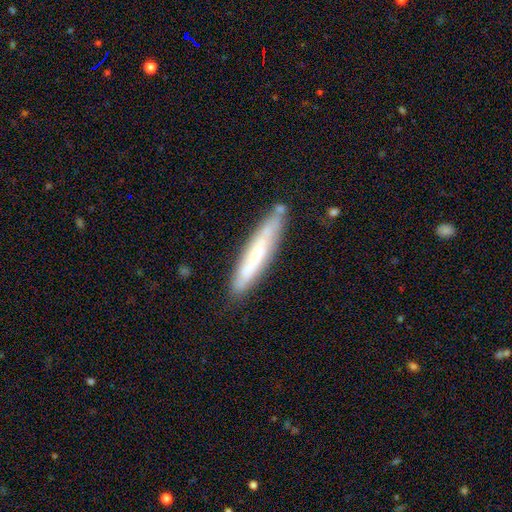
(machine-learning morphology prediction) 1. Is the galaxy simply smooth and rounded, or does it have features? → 53% smooth, 41% featured or disk, 6% star or artifact.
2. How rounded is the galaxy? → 91% cigar-shaped, 8% in between, 1% round.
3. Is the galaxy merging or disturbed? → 78% none, 15% minor disturbance, 4% merger, 3% major disturbance.